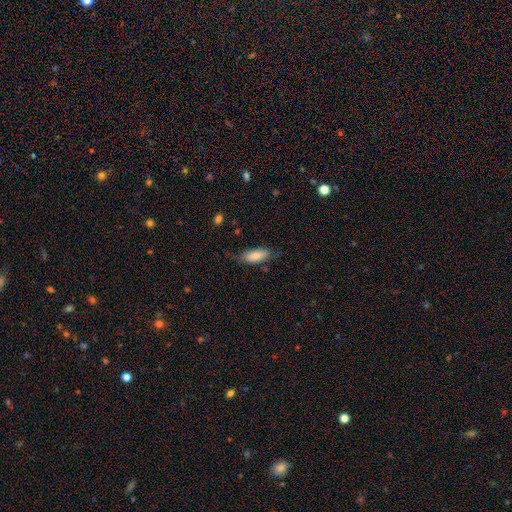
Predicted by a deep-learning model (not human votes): Smooth or featured? smooth (78%)
How rounded? in between (77%)
Merging? none (65%)